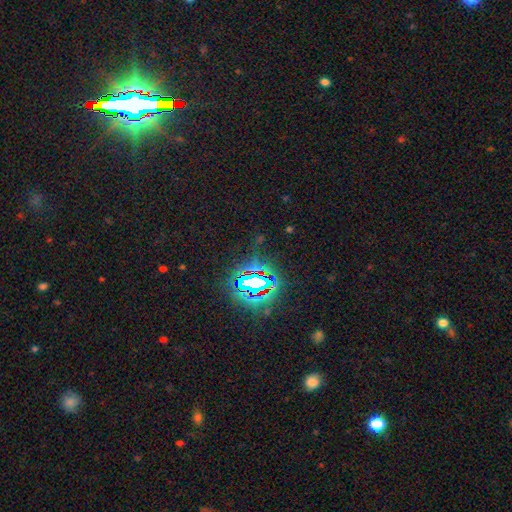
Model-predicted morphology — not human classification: A star or artifact, not a galaxy (84%).

Vote fractions:
- Smooth or featured? star or artifact: 84% / smooth: 8% / featured or disk: 7%